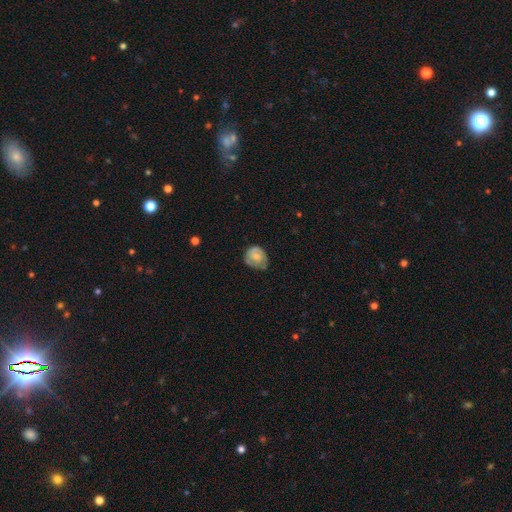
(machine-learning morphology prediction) A smooth galaxy with no disk features (54%) that is round (67%).

Vote fractions:
- Smooth or featured? smooth: 54% / featured or disk: 39% / star or artifact: 7%
- How rounded? round: 67% / in between: 32% / cigar-shaped: 1%
- Merging? none: 55% / minor disturbance: 33% / major disturbance: 11% / merger: 2%